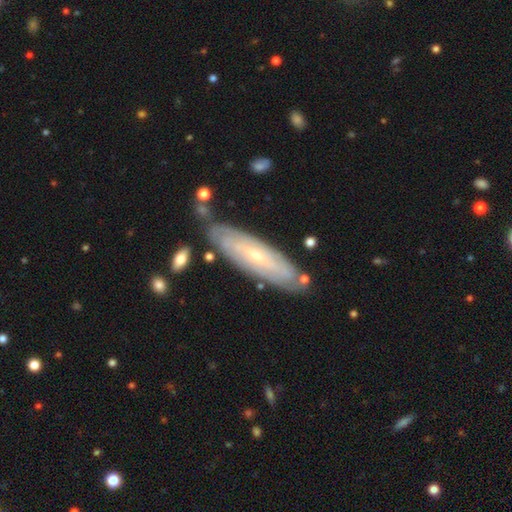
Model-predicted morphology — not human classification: This appears to be a featured or disk galaxy (73%) with no bar (61%), spiral arms (80%) and a small central bulge (65%). Merging: none (79%).